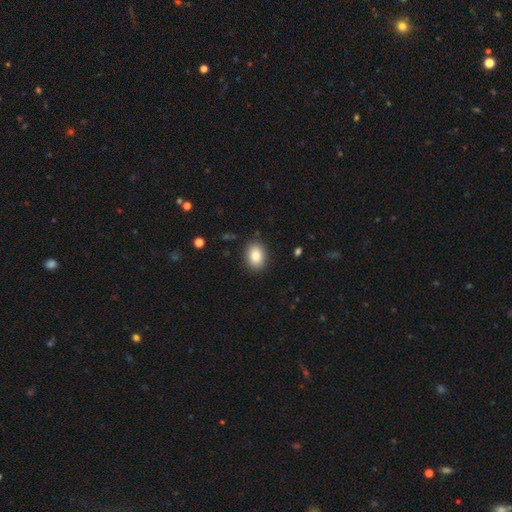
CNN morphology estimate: A smooth galaxy with no disk features (86%) that is in between round and cigar-shaped (76%). Merging: none (88%).